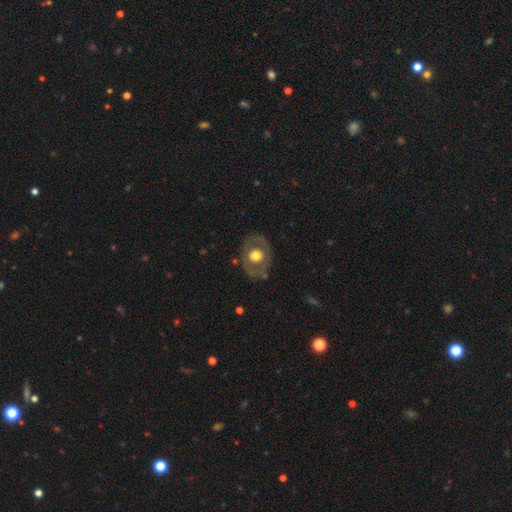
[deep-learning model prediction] Overall: smooth (47%, tied with featured or disk). Merging: none (78%).